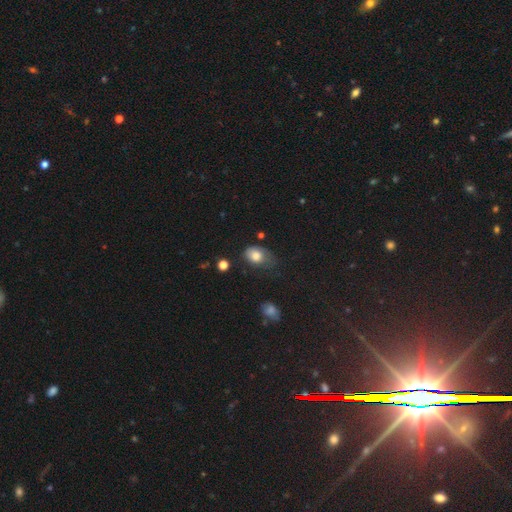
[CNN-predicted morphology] The model was most divided on "merging": minor disturbance: 40%, none: 37%, major disturbance: 21%, merger: 3%. More confident: smooth or featured — smooth (77%); how rounded — in between (77%).